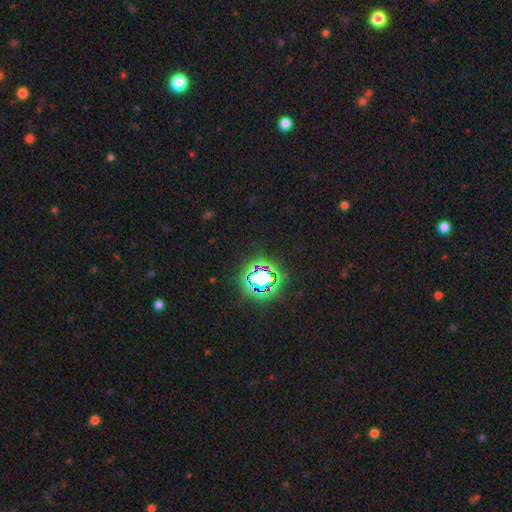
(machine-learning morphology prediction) This appears to be a star or artifact, not a galaxy (80%).